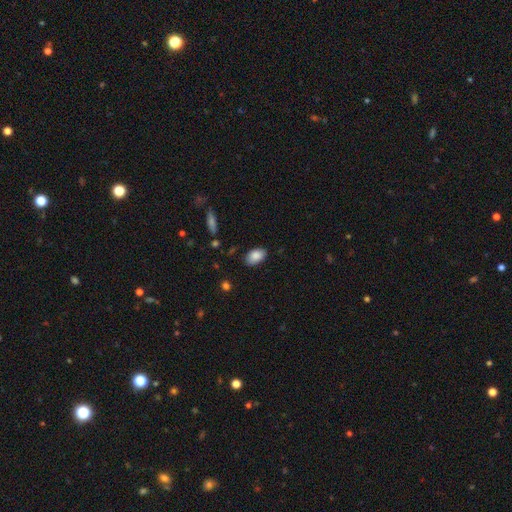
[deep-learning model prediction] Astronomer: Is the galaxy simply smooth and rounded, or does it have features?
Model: smooth — 87%.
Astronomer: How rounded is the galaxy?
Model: in between — 92%.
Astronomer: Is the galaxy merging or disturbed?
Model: none — 82%.